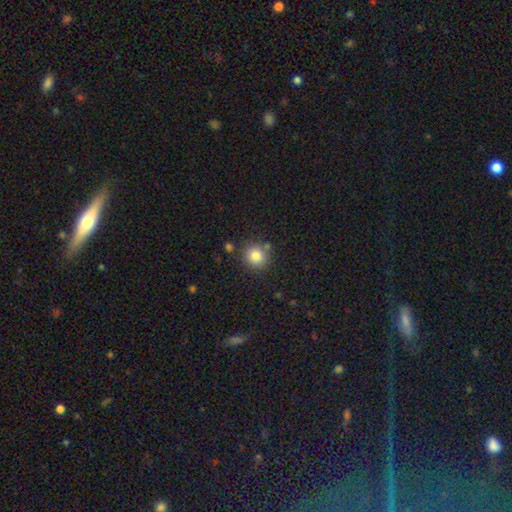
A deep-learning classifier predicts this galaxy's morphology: smooth_or_featured: smooth (p=0.83) [alt: star or artifact p=0.11]
how_rounded: round (p=0.87) [alt: in between p=0.12]
merging: none (p=0.81) [alt: minor disturbance p=0.10]